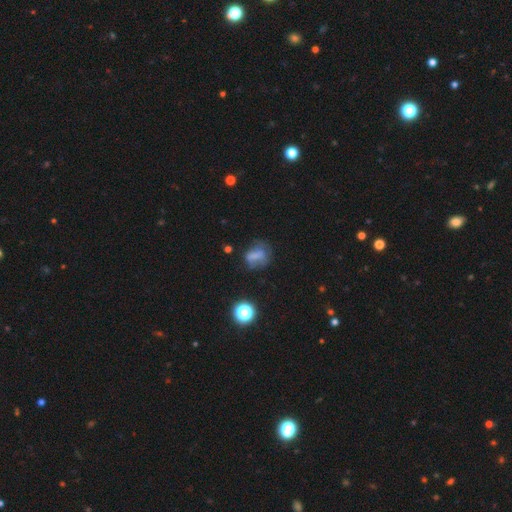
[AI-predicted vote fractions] A smooth galaxy with no disk features (53%) that is in between round and cigar-shaped (56%). Merging: none (43%).